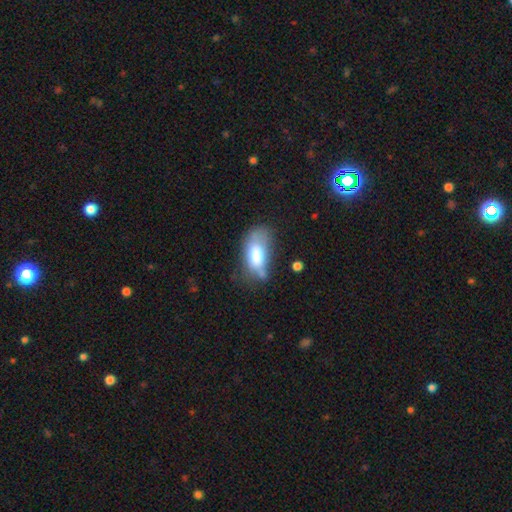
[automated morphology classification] This is likely a smooth galaxy (73%). How rounded: clearly in between (89%). Merging: marginally none (39%).